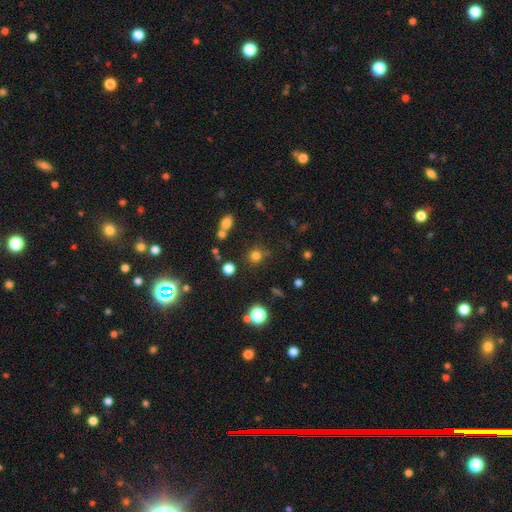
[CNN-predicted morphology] Overall: smooth (74%). How rounded: round (88%). Merging: none (76%).